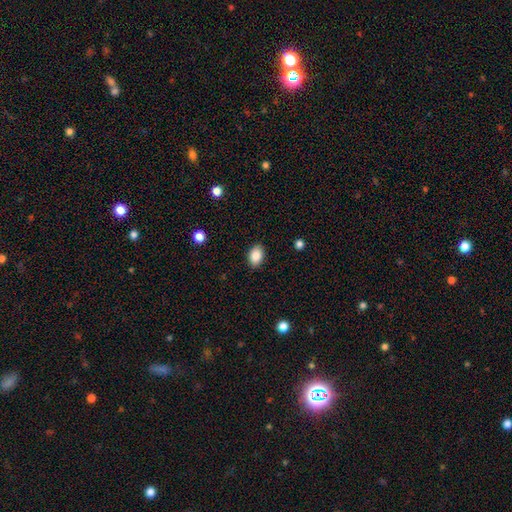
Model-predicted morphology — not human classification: This is clearly a smooth galaxy (87%). How rounded: clearly in between (81%). Merging: clearly none (88%).